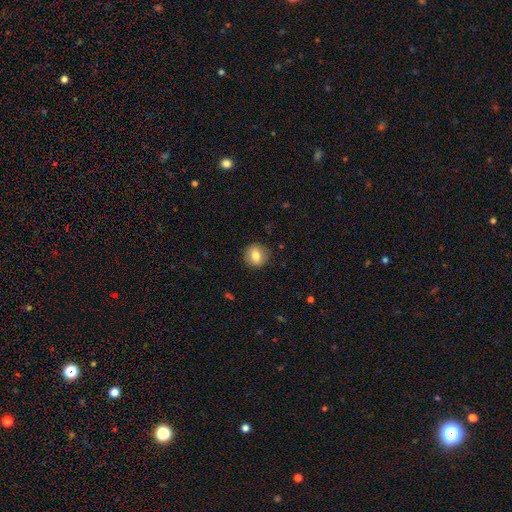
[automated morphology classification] A smooth galaxy with no disk features (78%) that is round (83%). Merging: none (87%).